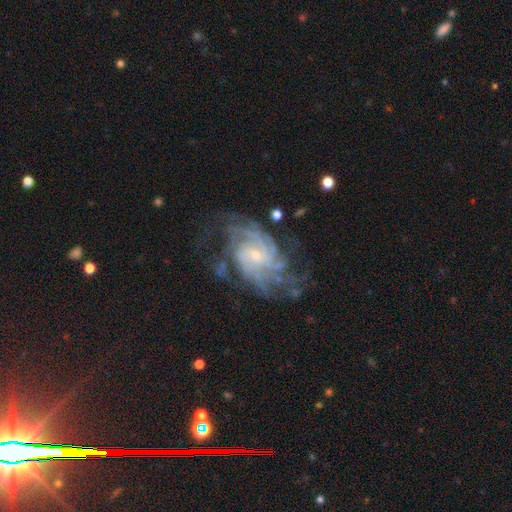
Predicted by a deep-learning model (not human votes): This appears to be a featured or disk galaxy (87%) with no bar (61%), tight (54%) spiral arms (96%) and a small central bulge (67%). Merging: none (61%).